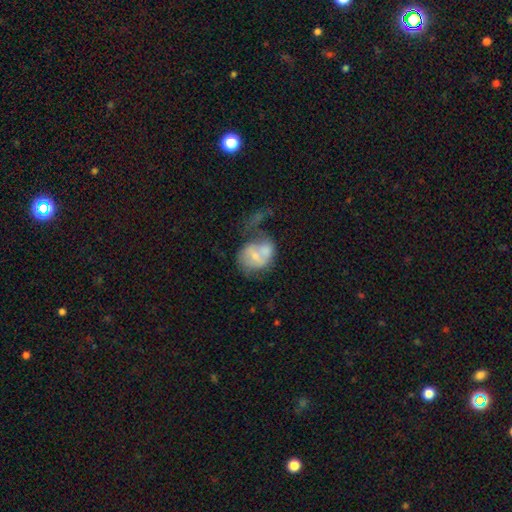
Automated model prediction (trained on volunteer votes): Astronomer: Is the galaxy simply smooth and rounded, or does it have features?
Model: smooth — 47% (runner-up: featured or disk, 45%).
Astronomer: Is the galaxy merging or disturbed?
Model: merger — 42% (runner-up: major disturbance, 22%).